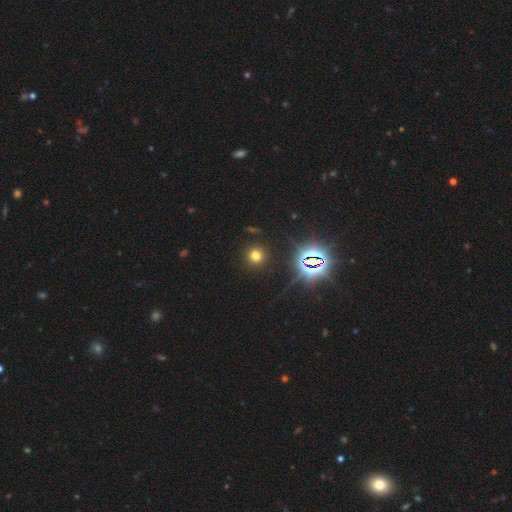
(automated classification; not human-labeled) smooth_or_featured: smooth (p=0.66) [alt: star or artifact p=0.27]
how_rounded: round (p=0.92) [alt: in between p=0.07]
merging: none (p=0.90) [alt: minor disturbance p=0.06]